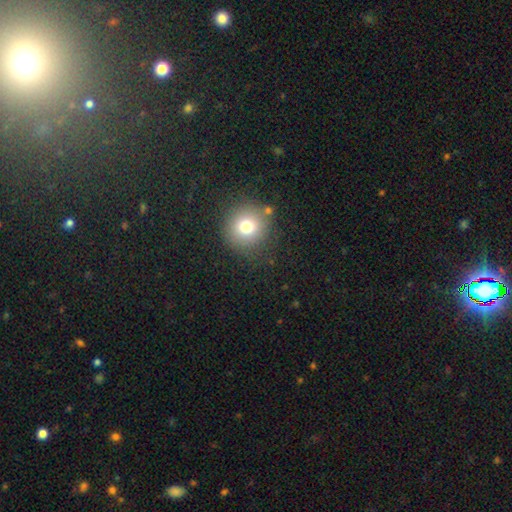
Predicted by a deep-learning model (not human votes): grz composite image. It shows a smooth galaxy with no disk features (64%) that is round (94%). Merging: none (88%).